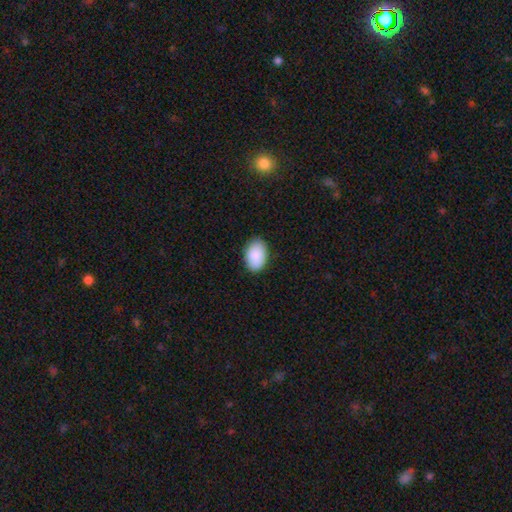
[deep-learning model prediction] A smooth galaxy with no disk features (90%) that is in between round and cigar-shaped (90%). Merging: none (86%).